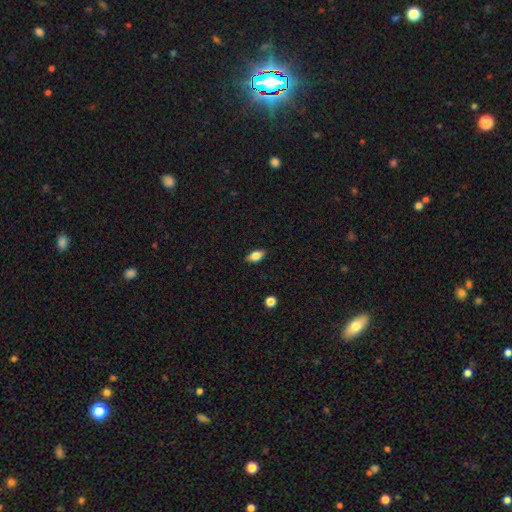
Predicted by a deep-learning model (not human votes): smooth 77%, featured or disk 15%, star or artifact 8%. Down the decision tree: how rounded — in between (88%); merging — none (87%).